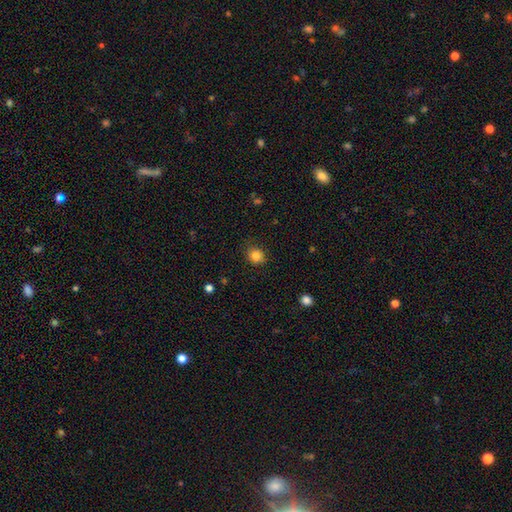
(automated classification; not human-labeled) A smooth galaxy with no disk features (83%) that is round (82%).

Vote fractions:
- Smooth or featured? smooth: 83% / star or artifact: 11% / featured or disk: 5%
- How rounded? round: 82% / in between: 17% / cigar-shaped: 1%
- Merging? none: 82% / minor disturbance: 14% / major disturbance: 4% / merger: 1%